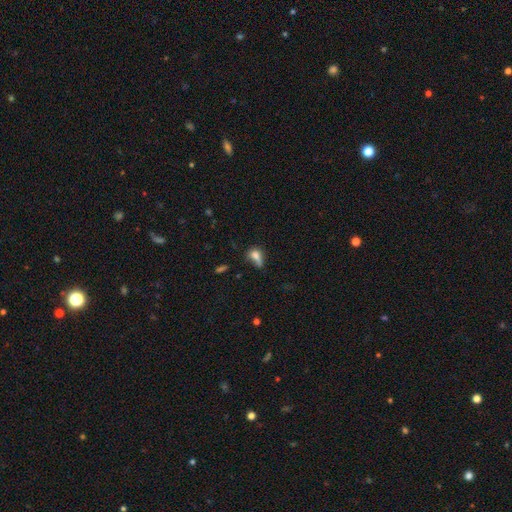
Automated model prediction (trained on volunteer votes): Smooth or featured? Predicted: smooth (p=0.70). How rounded? Predicted: in between (p=0.64). Merging? Predicted: none (p=0.31).